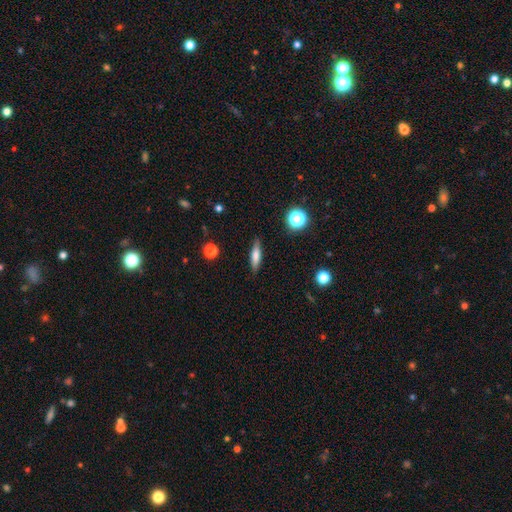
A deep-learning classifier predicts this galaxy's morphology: Smooth or featured? Predicted: smooth (p=0.66). How rounded? Predicted: cigar-shaped (p=0.71). Merging? Predicted: none (p=0.87).